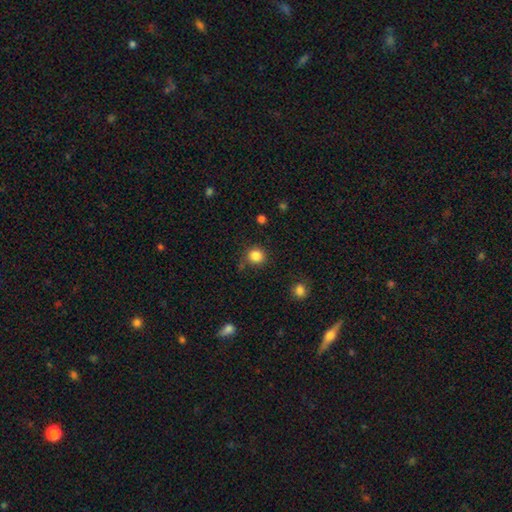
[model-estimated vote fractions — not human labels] smooth-or-featured: smooth: 85% | star or artifact: 11% | featured or disk: 4%
  how-rounded: round: 89% | in between: 10% | cigar-shaped: 1%
  merging: none: 82% | minor disturbance: 11% | merger: 4% | major disturbance: 4%